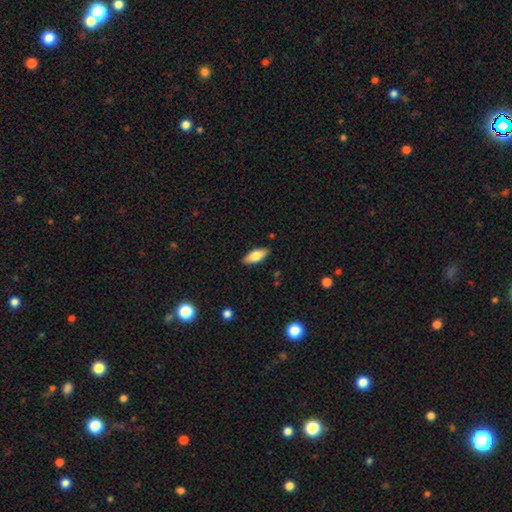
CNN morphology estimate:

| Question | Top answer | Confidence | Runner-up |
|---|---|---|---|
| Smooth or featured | smooth | 68% | featured or disk (25%) |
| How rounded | in between | 75% | cigar-shaped (23%) |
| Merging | none | 87% | minor disturbance (10%) |